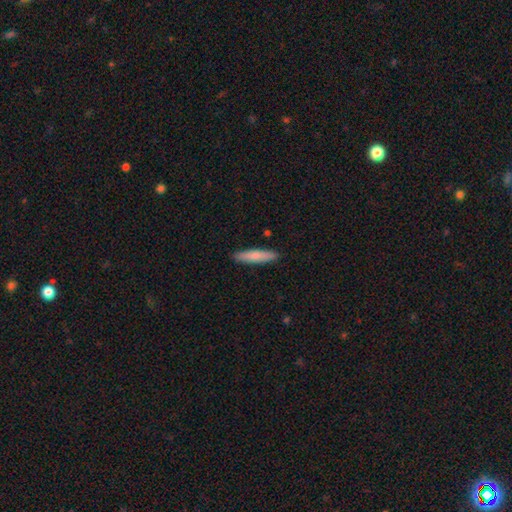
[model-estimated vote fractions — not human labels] This appears to be a smooth galaxy with no disk features (77%) that is cigar-shaped (86%). Merging: none (91%).